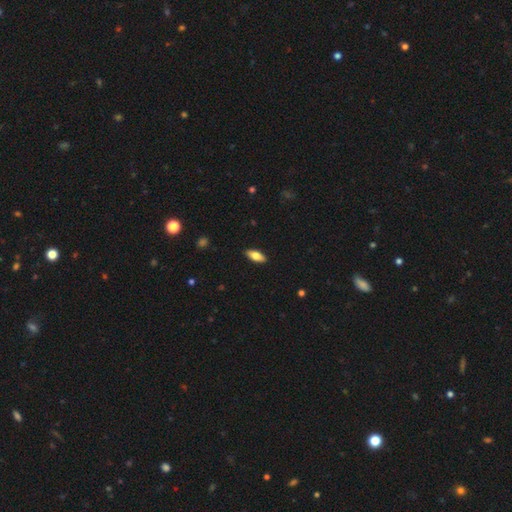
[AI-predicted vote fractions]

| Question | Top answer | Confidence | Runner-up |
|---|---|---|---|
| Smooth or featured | smooth | 70% | featured or disk (23%) |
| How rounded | in between | 80% | cigar-shaped (17%) |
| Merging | none | 89% | minor disturbance (8%) |